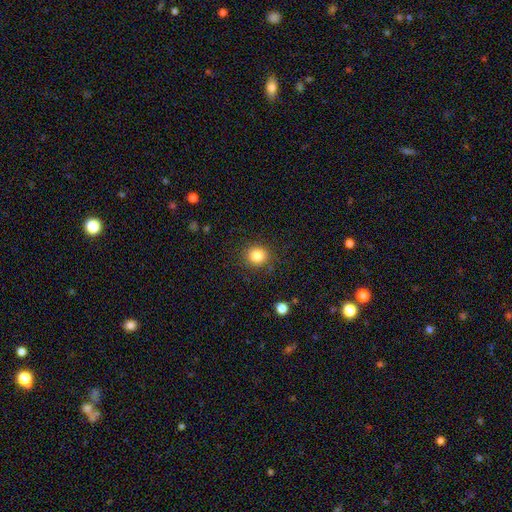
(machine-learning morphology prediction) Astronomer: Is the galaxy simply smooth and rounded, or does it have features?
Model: smooth — 83%.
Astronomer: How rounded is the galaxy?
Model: round — 87%.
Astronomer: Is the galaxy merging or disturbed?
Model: none — 87%.